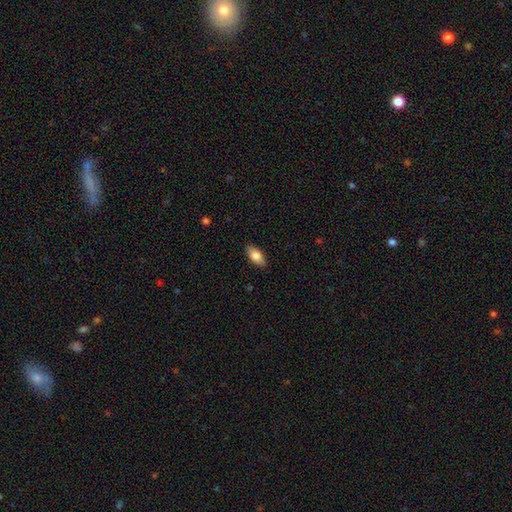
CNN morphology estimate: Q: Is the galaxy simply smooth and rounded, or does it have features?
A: smooth — 81%.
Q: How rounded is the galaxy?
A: in between — 90%.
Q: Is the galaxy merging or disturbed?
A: none — 88%.